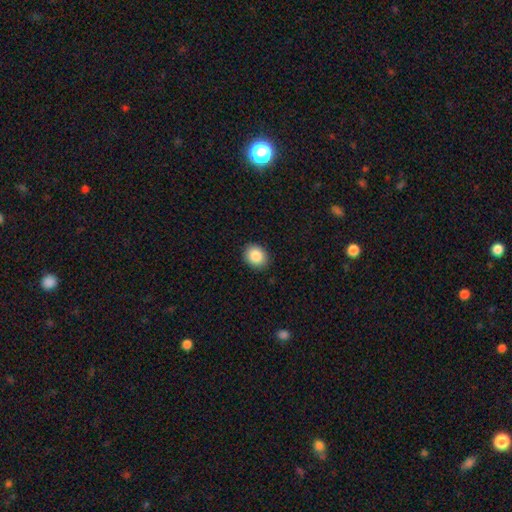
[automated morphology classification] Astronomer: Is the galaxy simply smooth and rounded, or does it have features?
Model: smooth — 87%.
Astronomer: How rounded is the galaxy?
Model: round — 58% (runner-up: in between, 41%).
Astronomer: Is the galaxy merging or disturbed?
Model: none — 90%.